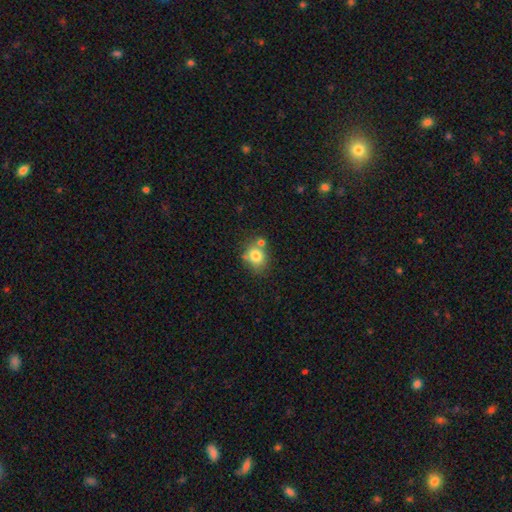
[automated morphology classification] smooth_or_featured: smooth (p=0.78) [alt: featured or disk p=0.11]
how_rounded: round (p=0.66) [alt: in between p=0.33]
merging: none (p=0.59) [alt: merger p=0.20]